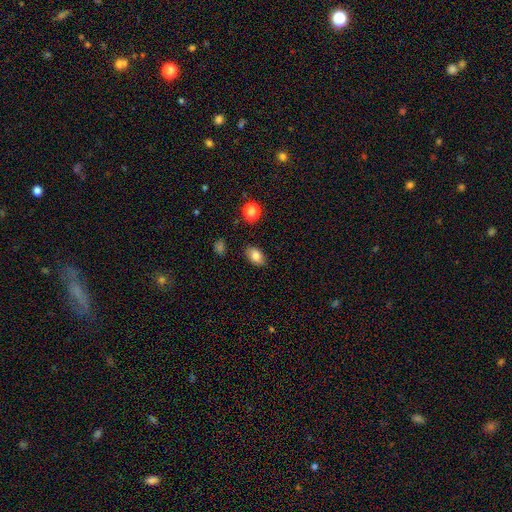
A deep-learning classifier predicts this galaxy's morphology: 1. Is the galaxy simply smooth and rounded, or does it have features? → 82% smooth, 9% star or artifact, 9% featured or disk.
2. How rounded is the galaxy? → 87% in between, 11% round, 1% cigar-shaped.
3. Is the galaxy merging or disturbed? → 86% none, 10% minor disturbance, 2% major disturbance, 2% merger.